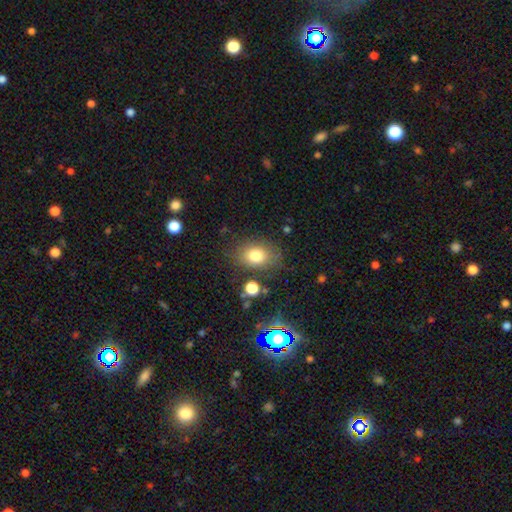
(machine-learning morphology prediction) This is likely a smooth galaxy (78%). How rounded: likely in between (66%). Merging: likely none (77%).